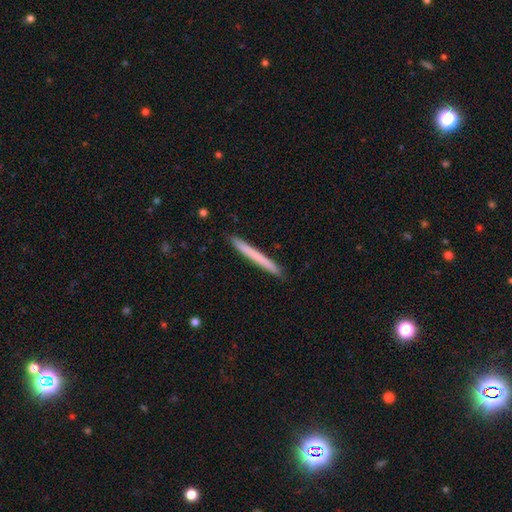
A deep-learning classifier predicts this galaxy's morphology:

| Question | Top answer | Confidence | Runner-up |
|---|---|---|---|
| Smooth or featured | smooth | 66% | featured or disk (29%) |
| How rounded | cigar-shaped | 97% | in between (1%) |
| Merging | none | 93% | minor disturbance (5%) |